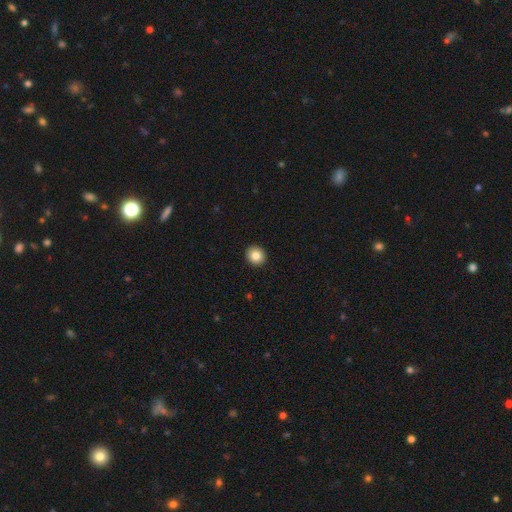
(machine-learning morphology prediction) Q: Smooth or featured?
A: smooth (84%); runner-up: star or artifact (9%)
Q: How rounded?
A: round (87%); runner-up: in between (12%)
Q: Merging?
A: none (93%); runner-up: minor disturbance (5%)